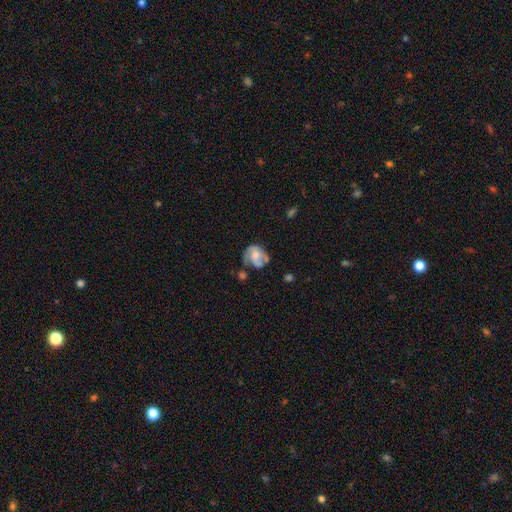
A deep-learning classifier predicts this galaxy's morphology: A featured or disk galaxy (56%) with no bar (73%), spiral arms (63%) and a moderate central bulge (49%). Merging: none (39%).